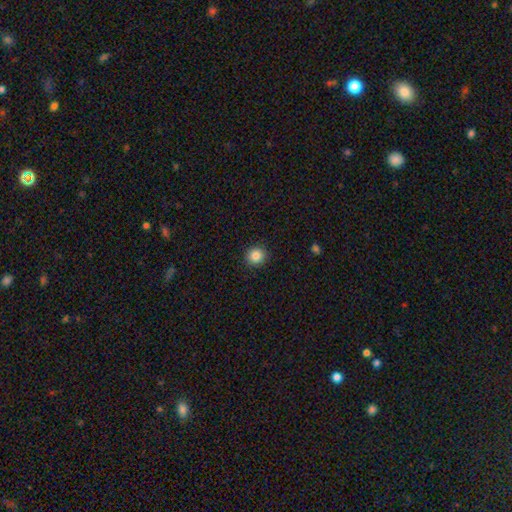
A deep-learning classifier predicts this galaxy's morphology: A smooth galaxy with no disk features (85%) that is round (87%).

Vote fractions:
- Smooth or featured? smooth: 85% / star or artifact: 10% / featured or disk: 5%
- How rounded? round: 87% / in between: 13% / cigar-shaped: 1%
- Merging? none: 92% / minor disturbance: 6% / major disturbance: 2% / merger: 1%